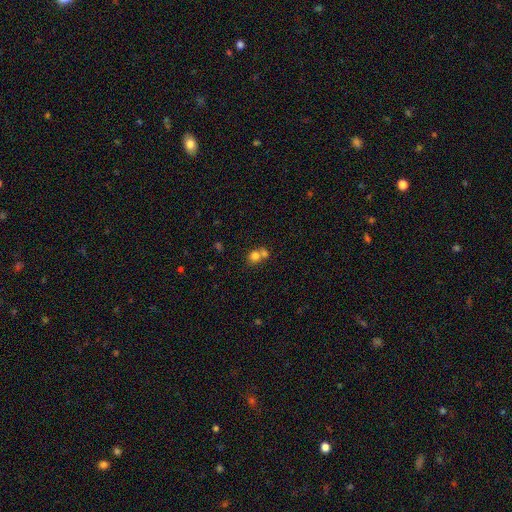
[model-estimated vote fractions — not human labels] smooth 77%, star or artifact 12%, featured or disk 11%. Down the decision tree: how rounded — round (74%); merging — merger (54%).